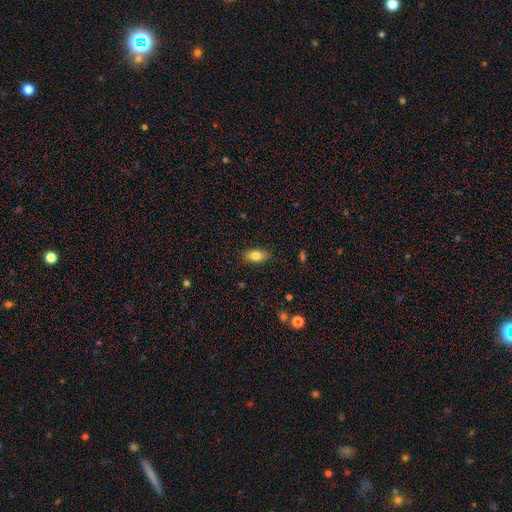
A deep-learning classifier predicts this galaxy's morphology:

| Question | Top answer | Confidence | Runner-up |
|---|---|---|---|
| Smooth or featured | smooth | 80% | featured or disk (12%) |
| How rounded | in between | 88% | cigar-shaped (8%) |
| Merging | none | 87% | minor disturbance (10%) |